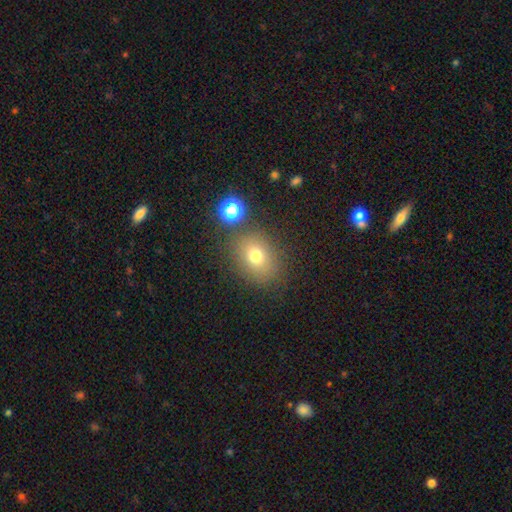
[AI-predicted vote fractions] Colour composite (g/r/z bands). It shows a smooth galaxy with no disk features (71%) that is in between round and cigar-shaped (52%). Merging: none (78%).